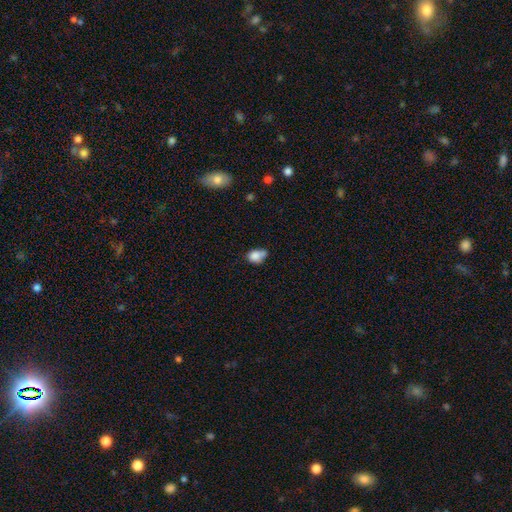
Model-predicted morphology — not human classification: smooth-or-featured: smooth: 79% | featured or disk: 11% | star or artifact: 10%
  how-rounded: in between: 68% | round: 30% | cigar-shaped: 2%
  merging: none: 37% | minor disturbance: 30% | merger: 23% | major disturbance: 10%